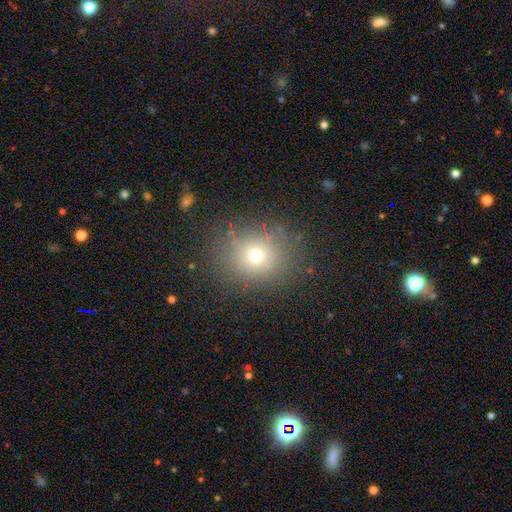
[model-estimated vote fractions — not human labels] Smooth or featured?
  - smooth: 69% *
  - star or artifact: 20%
  - featured or disk: 12%
How rounded?
  - round: 72% *
  - in between: 27%
  - cigar-shaped: 1%
Merging?
  - none: 84% *
  - minor disturbance: 10%
  - major disturbance: 5%
  - merger: 2%